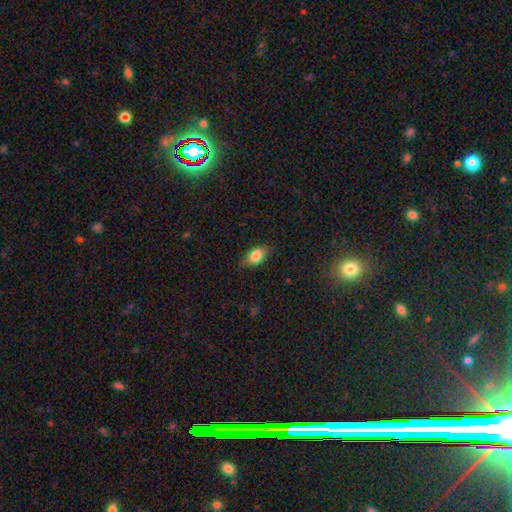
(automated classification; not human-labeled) A smooth galaxy with no disk features (81%) that is in between round and cigar-shaped (86%). Merging: none (79%).